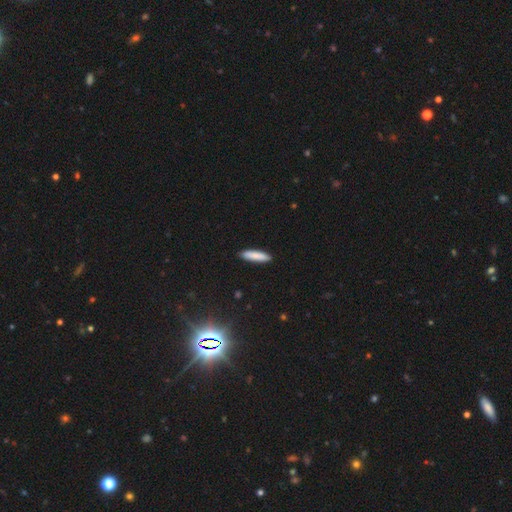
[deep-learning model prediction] Q: Smooth or featured?
A: smooth (86%); runner-up: featured or disk (8%)
Q: How rounded?
A: cigar-shaped (79%); runner-up: in between (19%)
Q: Merging?
A: none (90%); runner-up: minor disturbance (7%)